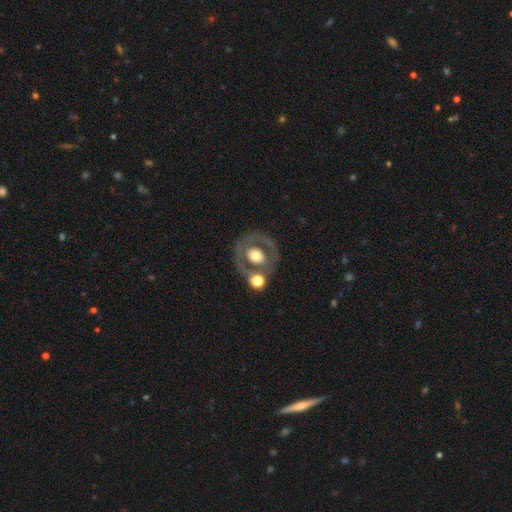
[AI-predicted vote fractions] A featured or disk galaxy (55%) with no bar (84%), no spiral arms (85%) and a moderate central bulge (56%). Merging: none (64%).